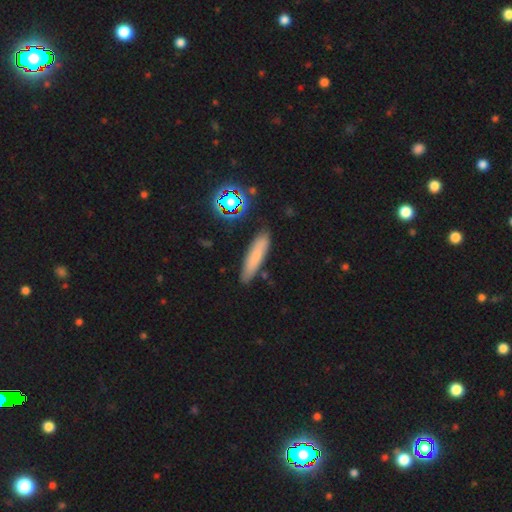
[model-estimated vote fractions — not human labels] smooth_or_featured: smooth (p=0.71) [alt: featured or disk p=0.16]
how_rounded: cigar-shaped (p=0.80) [alt: in between p=0.17]
merging: none (p=0.84) [alt: minor disturbance p=0.11]